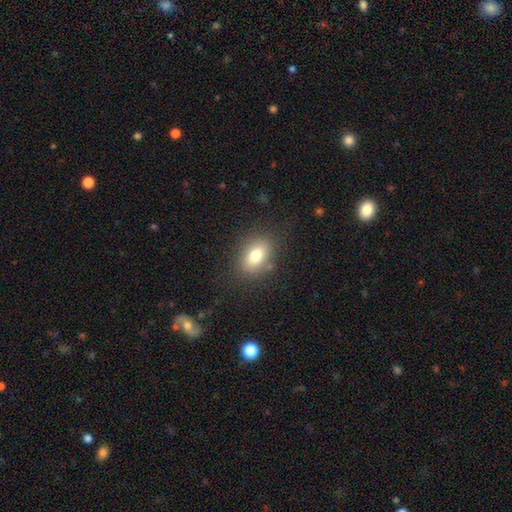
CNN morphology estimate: This appears to be a smooth galaxy with no disk features (77%) that is in between round and cigar-shaped (76%). Merging: none (83%).